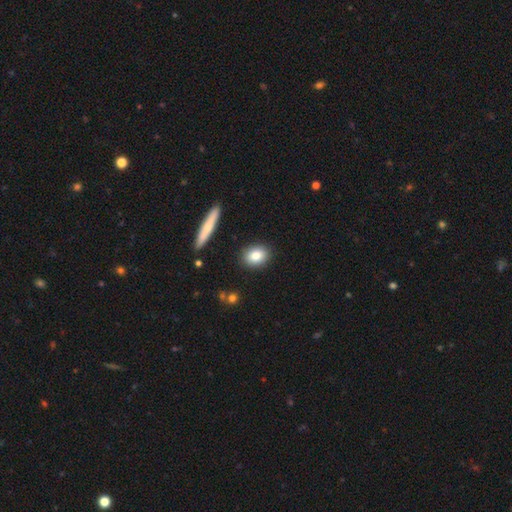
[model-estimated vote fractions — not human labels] Smooth or featured?
  - smooth: 83% *
  - featured or disk: 9%
  - star or artifact: 8%
How rounded?
  - in between: 64% *
  - round: 33%
  - cigar-shaped: 3%
Merging?
  - none: 88% *
  - minor disturbance: 8%
  - major disturbance: 2%
  - merger: 2%